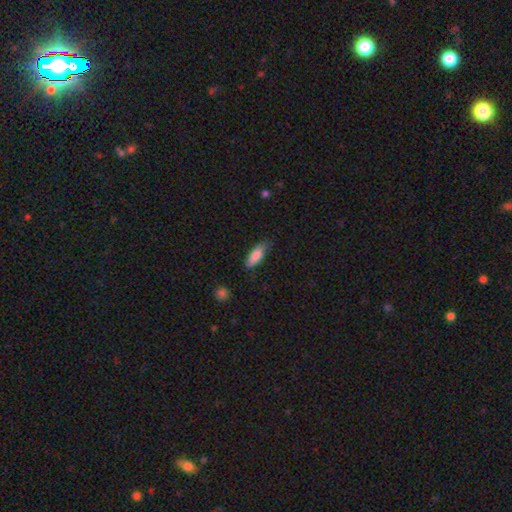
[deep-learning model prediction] smooth 84%, featured or disk 10%, star or artifact 6%. Down the decision tree: how rounded — in between (62%); merging — none (72%).